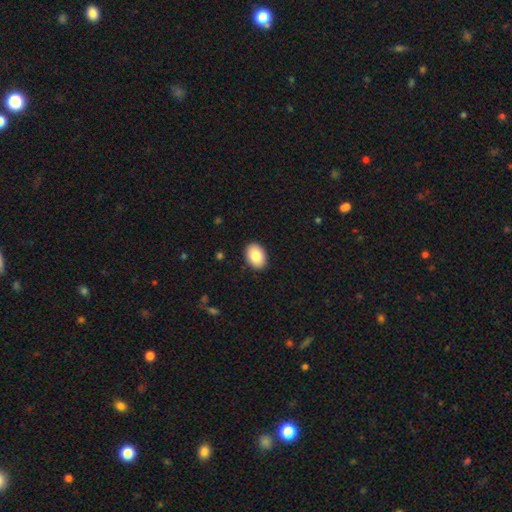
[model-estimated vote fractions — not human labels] This appears to be a smooth galaxy with no disk features (86%) that is in between round and cigar-shaped (84%). Merging: none (90%).